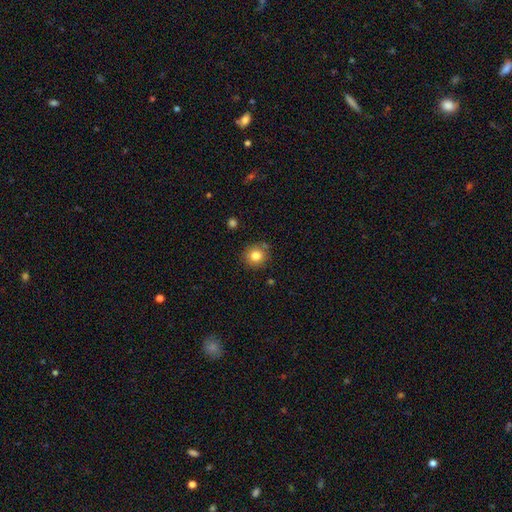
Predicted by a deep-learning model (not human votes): This appears to be a smooth galaxy with no disk features (81%) that is round (91%). Merging: none (82%).